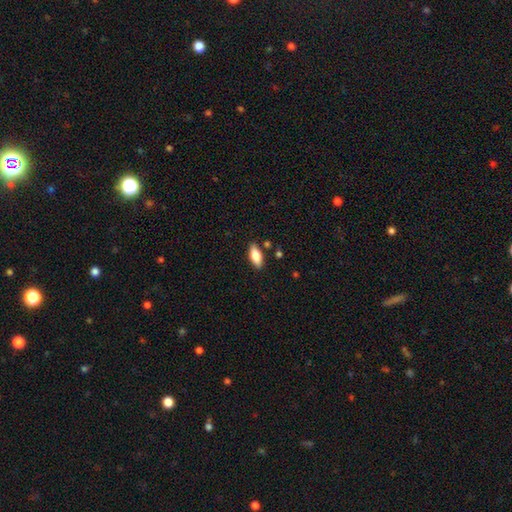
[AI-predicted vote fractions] Smooth or featured? smooth (80%)
How rounded? in between (83%)
Merging? none (85%)